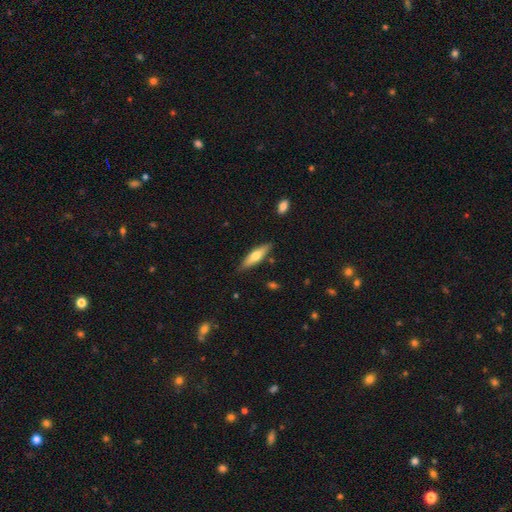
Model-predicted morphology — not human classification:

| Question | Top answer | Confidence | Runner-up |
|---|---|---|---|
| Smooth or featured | smooth | 59% | featured or disk (35%) |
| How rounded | cigar-shaped | 67% | in between (32%) |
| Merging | none | 84% | minor disturbance (12%) |